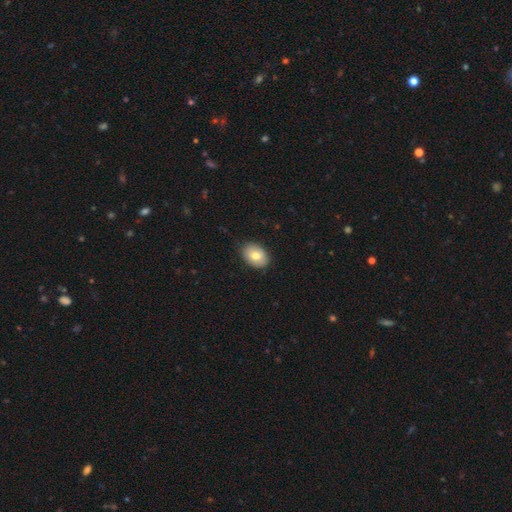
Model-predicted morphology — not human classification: smooth-or-featured: smooth: 76% | featured or disk: 17% | star or artifact: 7%
  how-rounded: in between: 77% | round: 22% | cigar-shaped: 1%
  merging: none: 85% | minor disturbance: 12% | major disturbance: 2% | merger: 1%